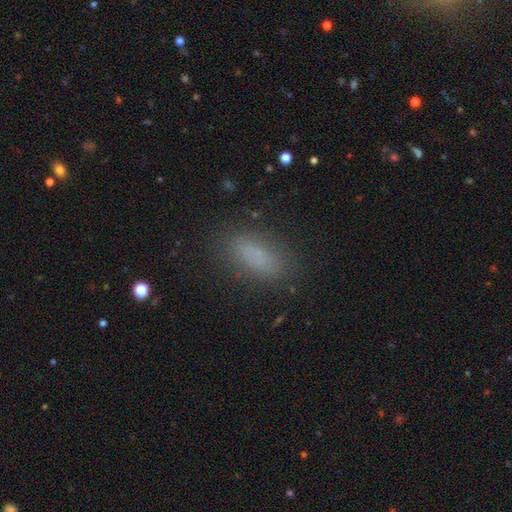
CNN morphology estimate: This is likely a smooth galaxy (79%). How rounded: likely in between (78%). Merging: clearly none (83%).